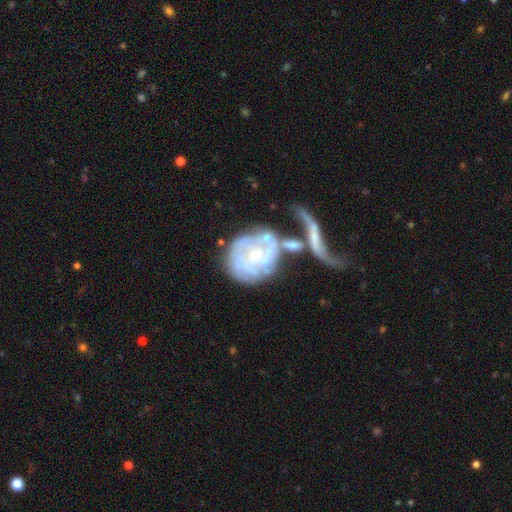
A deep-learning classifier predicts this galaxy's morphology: smooth_or_featured: featured or disk (p=0.76) [alt: smooth p=0.16]
disk_edge_on: no (p=0.96) [alt: yes p=0.04]
bar: no (p=0.70) [alt: weak p=0.23]
has_spiral_arms: yes (p=0.73) [alt: no p=0.27]
spiral_winding: tight (p=0.43) [alt: medium p=0.30]
spiral_arm_count: can't tell (p=0.45) [alt: 2 p=0.24]
bulge_size: small (p=0.59) [alt: moderate p=0.32]
merging: merger (p=0.39) [alt: major disturbance p=0.24]